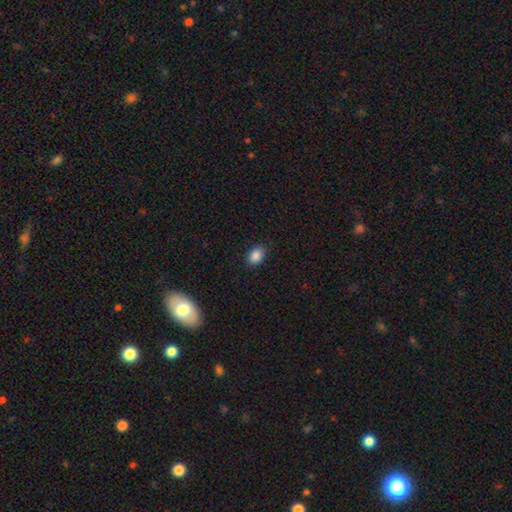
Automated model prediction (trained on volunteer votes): Morphology: type=smooth (87%); roundness=in between (73%); merging=none (86%).